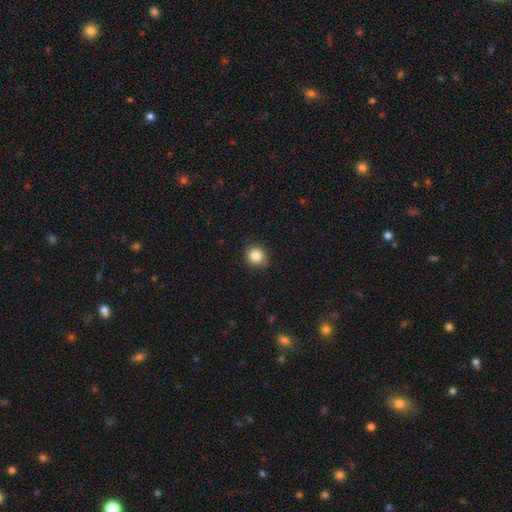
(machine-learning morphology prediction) smooth_or_featured: smooth (p=0.85) [alt: star or artifact p=0.10]
how_rounded: round (p=0.88) [alt: in between p=0.11]
merging: none (p=0.87) [alt: minor disturbance p=0.10]